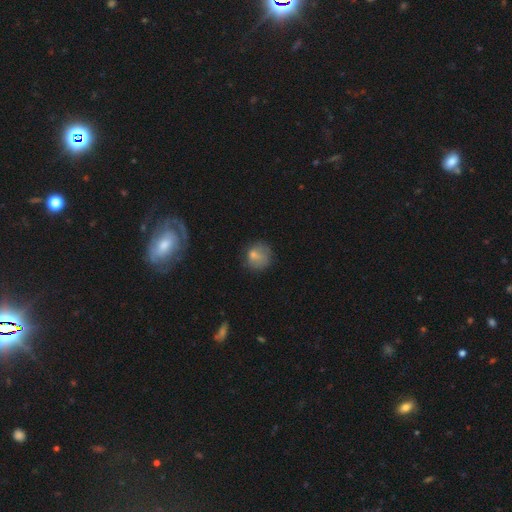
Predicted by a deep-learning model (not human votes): This appears to be a smooth galaxy with no disk features (72%) that is round (79%). Merging: none (57%).